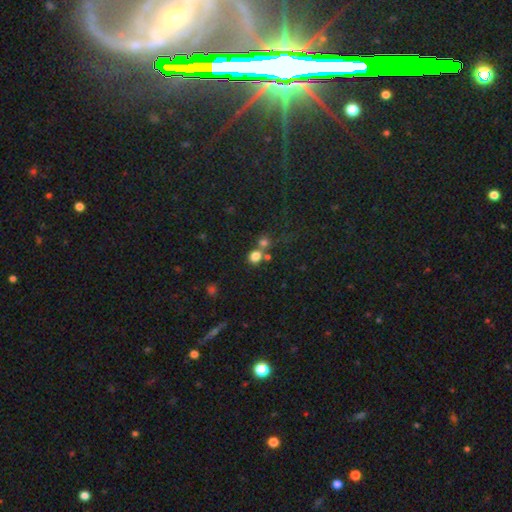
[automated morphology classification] type=smooth (78%); roundness=round (73%); merging=none (52%).